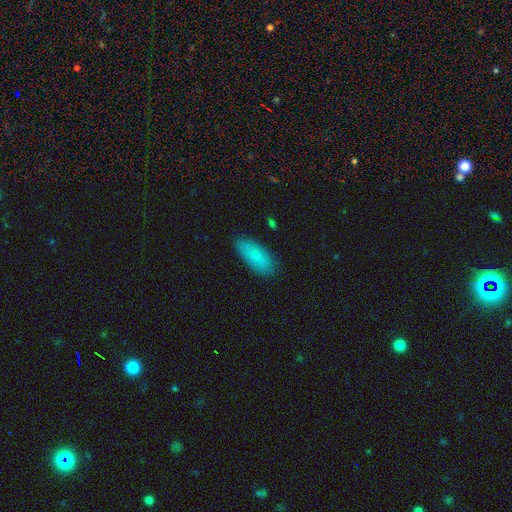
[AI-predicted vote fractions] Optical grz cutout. It shows a smooth galaxy with no disk features (82%) that is in between round and cigar-shaped (78%). Merging: none (84%).